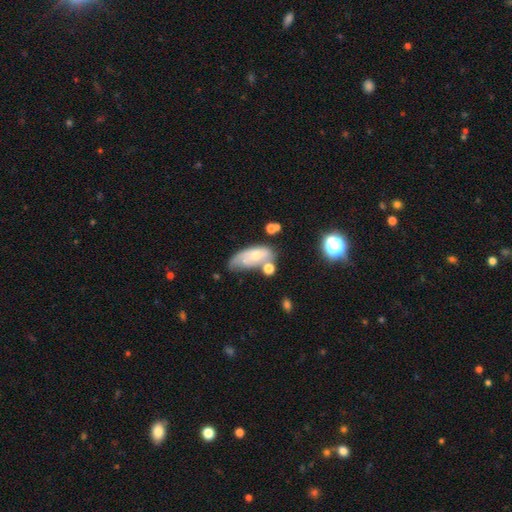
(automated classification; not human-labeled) Smooth or featured? Predicted: smooth (p=0.50). Merging? Predicted: none (p=0.33).